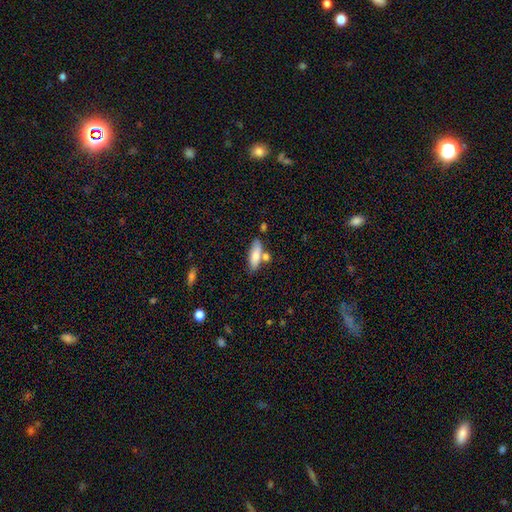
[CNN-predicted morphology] Smooth or featured: smooth — 76% (featured or disk — 18%)
How rounded: in between — 59% (cigar-shaped — 38%)
Merging: none — 63% (merger — 18%)